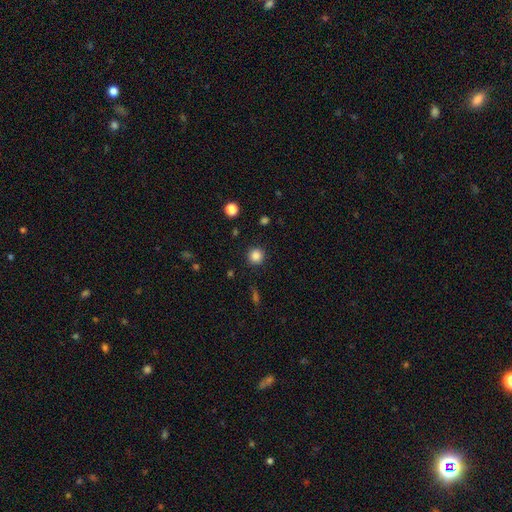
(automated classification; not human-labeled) Overall: smooth (85%). How rounded: round (94%). Merging: none (91%).